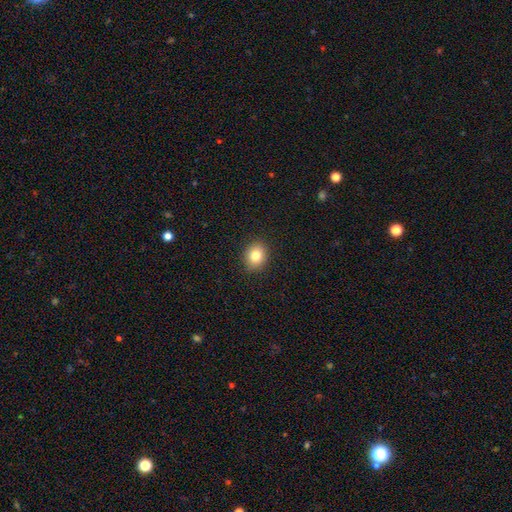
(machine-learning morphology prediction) smooth 82%, star or artifact 10%, featured or disk 8%. Down the decision tree: how rounded — round (63%); merging — none (90%).